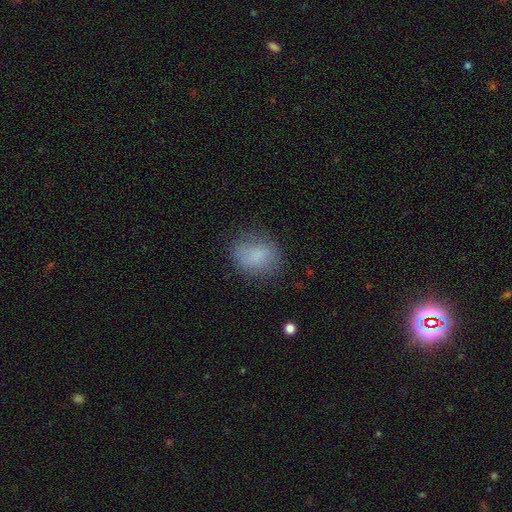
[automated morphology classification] Overall: smooth (81%). How rounded: round (50%; in between 49%). Merging: none (72%).